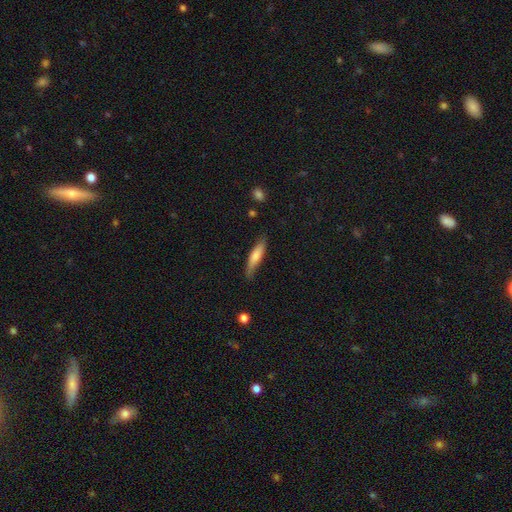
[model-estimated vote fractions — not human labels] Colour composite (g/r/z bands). It shows a smooth galaxy with no disk features (65%) that is cigar-shaped (79%). Merging: none (72%).